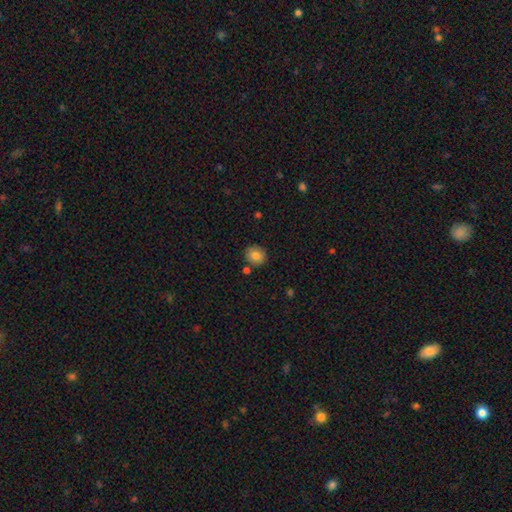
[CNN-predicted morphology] Smooth or featured: smooth — 80% (featured or disk — 11%)
How rounded: round — 90% (in between — 9%)
Merging: none — 83% (minor disturbance — 9%)